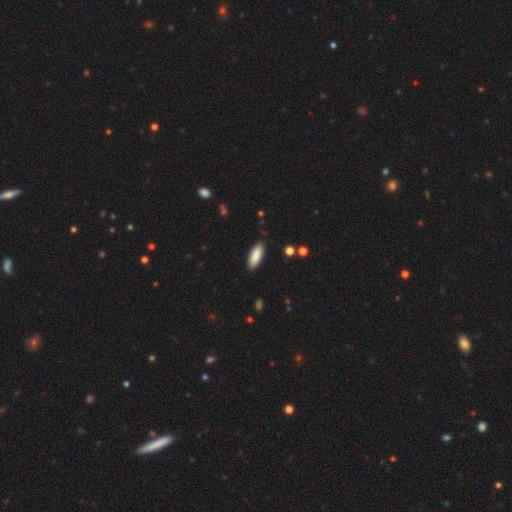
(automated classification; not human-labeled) smooth-or-featured: smooth: 88% | featured or disk: 6% | star or artifact: 6%
  how-rounded: in between: 73% | cigar-shaped: 26% | round: 2%
  merging: none: 88% | minor disturbance: 9% | major disturbance: 2% | merger: 1%